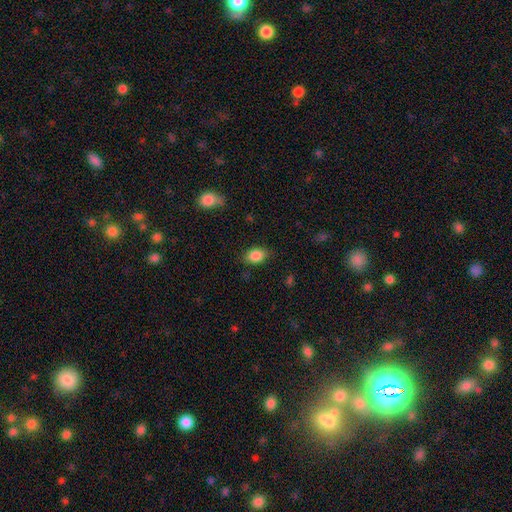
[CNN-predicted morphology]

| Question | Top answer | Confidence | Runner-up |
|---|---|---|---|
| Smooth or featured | smooth | 86% | star or artifact (9%) |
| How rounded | in between | 78% | round (20%) |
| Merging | none | 79% | minor disturbance (16%) |